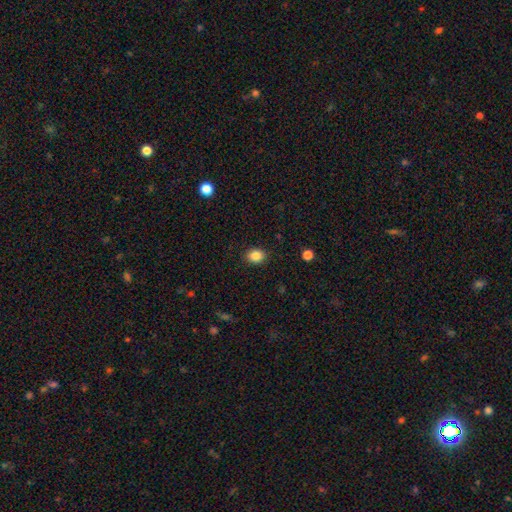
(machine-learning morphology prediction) smooth 85%, star or artifact 10%, featured or disk 5%. Down the decision tree: how rounded — round (51%); merging — none (89%).